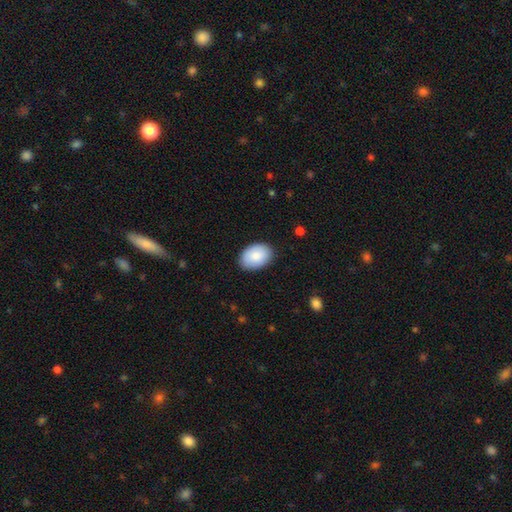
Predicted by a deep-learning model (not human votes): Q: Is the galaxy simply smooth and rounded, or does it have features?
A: smooth — 87%.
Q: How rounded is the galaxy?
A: in between — 86%.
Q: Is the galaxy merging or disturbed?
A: none — 86%.